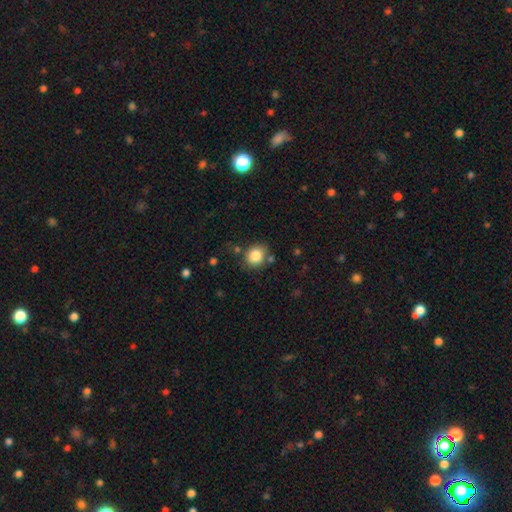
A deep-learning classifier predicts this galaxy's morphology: Smooth or featured?
  - smooth: 84% *
  - star or artifact: 10%
  - featured or disk: 7%
How rounded?
  - round: 72% *
  - in between: 27%
  - cigar-shaped: 1%
Merging?
  - none: 78% *
  - minor disturbance: 12%
  - merger: 6%
  - major disturbance: 4%